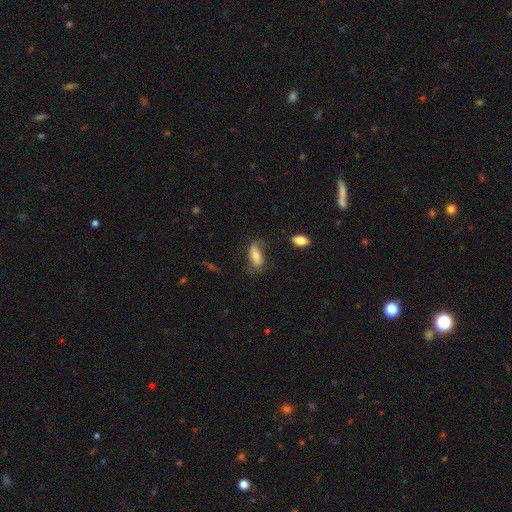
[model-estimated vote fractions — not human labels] Overall: smooth (74%). How rounded: in between (79%). Merging: none (63%; minor disturbance 25%).